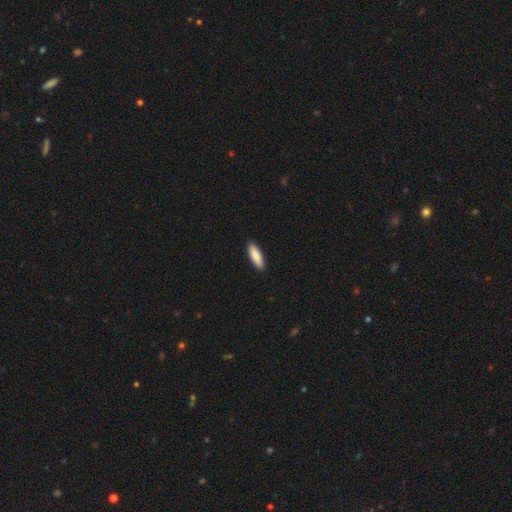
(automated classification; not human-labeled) A smooth galaxy with no disk features (89%) that is in between round and cigar-shaped (52%).

Vote fractions:
- Smooth or featured? smooth: 89% / featured or disk: 6% / star or artifact: 5%
- How rounded? in between: 52% / cigar-shaped: 47% / round: 2%
- Merging? none: 91% / minor disturbance: 7% / major disturbance: 1% / merger: 1%